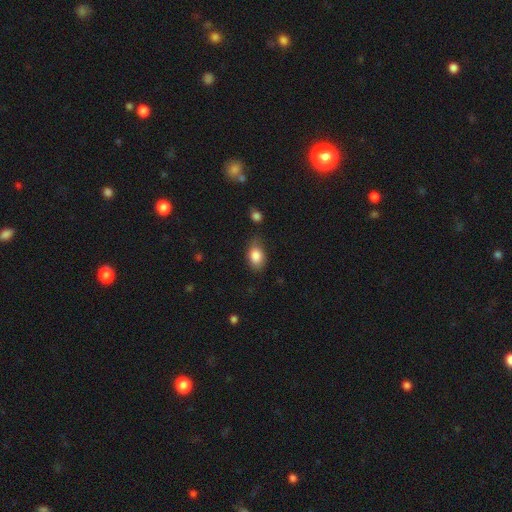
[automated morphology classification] Smooth or featured? Predicted: smooth (p=0.85). How rounded? Predicted: in between (p=0.83). Merging? Predicted: none (p=0.66).